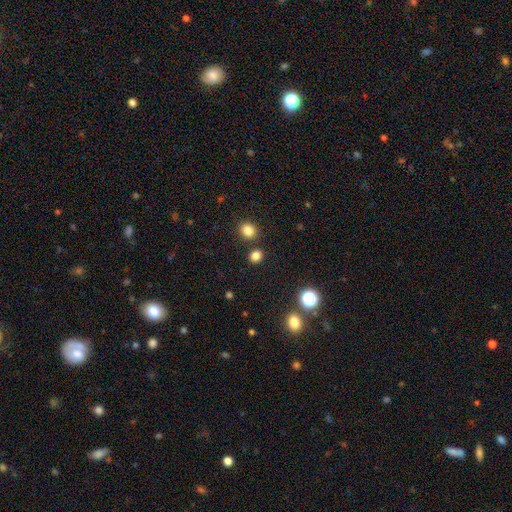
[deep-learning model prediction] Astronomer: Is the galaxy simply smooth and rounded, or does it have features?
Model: smooth — 80%.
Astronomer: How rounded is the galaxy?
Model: round — 65%.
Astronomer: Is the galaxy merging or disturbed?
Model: none — 81%.